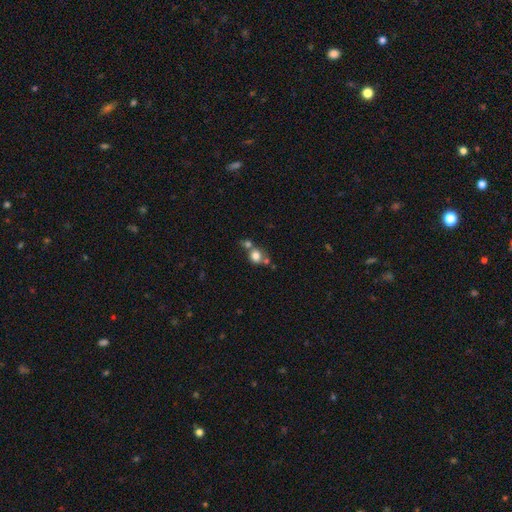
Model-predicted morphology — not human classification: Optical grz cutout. It shows a smooth galaxy with no disk features (77%) that is round (75%). Merging: none (45%).